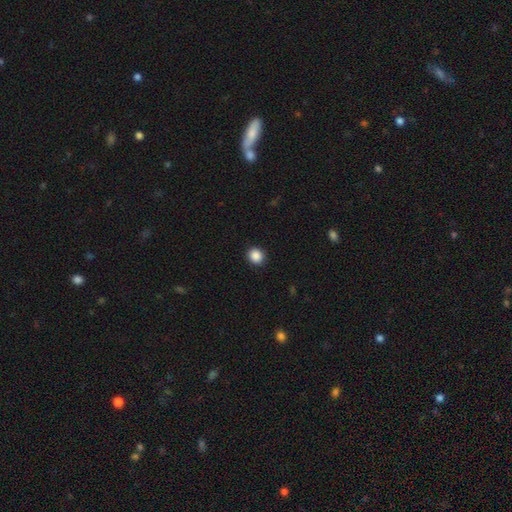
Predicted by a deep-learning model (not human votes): Smooth or featured? Predicted: smooth (p=0.88). How rounded? Predicted: round (p=0.82). Merging? Predicted: none (p=0.92).